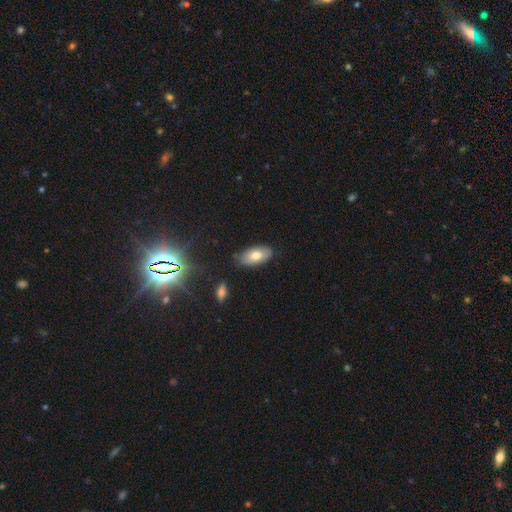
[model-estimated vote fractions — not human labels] Q: Smooth or featured?
A: smooth (73%); runner-up: featured or disk (19%)
Q: How rounded?
A: in between (92%); runner-up: cigar-shaped (5%)
Q: Merging?
A: none (80%); runner-up: minor disturbance (15%)